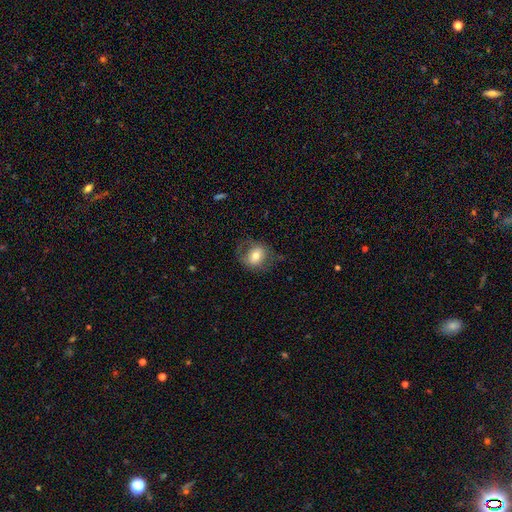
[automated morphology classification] smooth_or_featured: smooth (p=0.64) [alt: featured or disk p=0.28]
how_rounded: round (p=0.52) [alt: in between p=0.47]
merging: none (p=0.65) [alt: minor disturbance p=0.19]